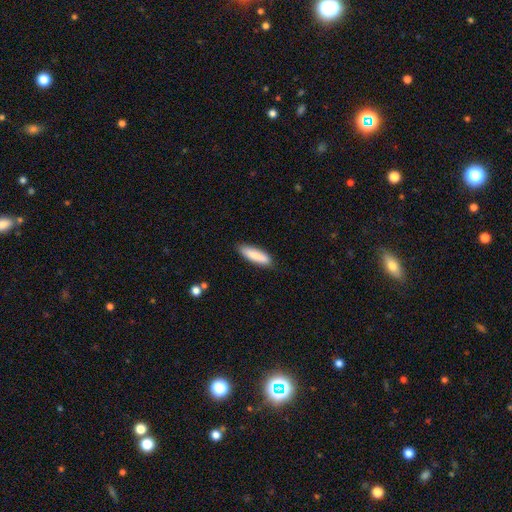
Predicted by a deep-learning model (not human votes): This is clearly a smooth galaxy (86%). How rounded: likely cigar-shaped (64%). Merging: clearly none (83%).